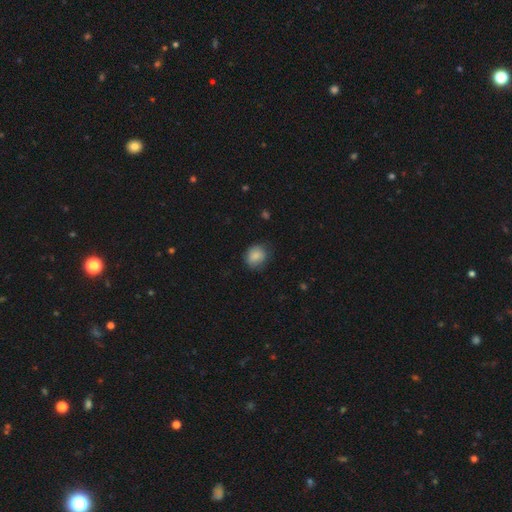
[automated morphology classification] Smooth or featured?
  - smooth: 85% *
  - star or artifact: 8%
  - featured or disk: 7%
How rounded?
  - round: 67% *
  - in between: 32%
  - cigar-shaped: 1%
Merging?
  - none: 74% *
  - minor disturbance: 20%
  - major disturbance: 5%
  - merger: 1%